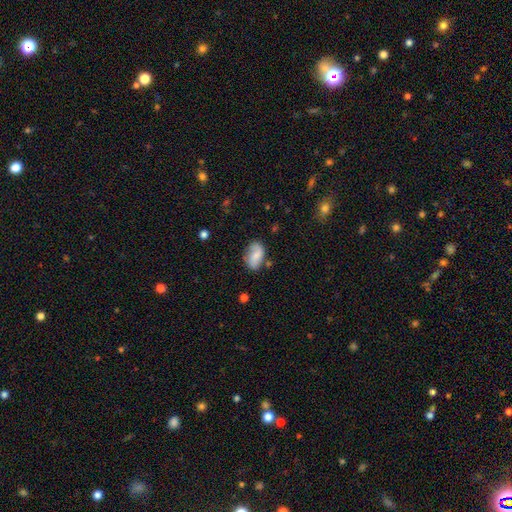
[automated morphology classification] Smooth or featured? Predicted: smooth (p=0.65). How rounded? Predicted: in between (p=0.88). Merging? Predicted: none (p=0.63).